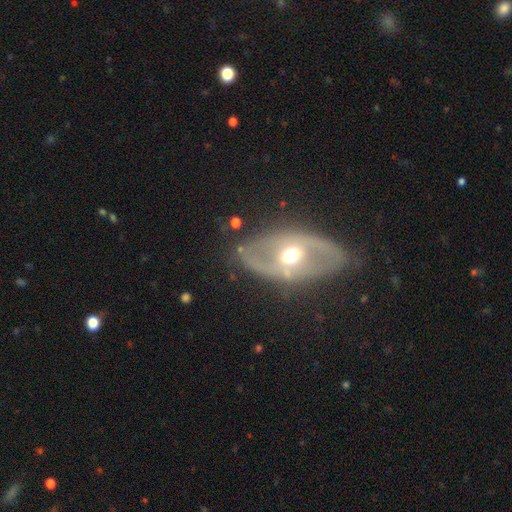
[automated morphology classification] Smooth or featured: featured or disk — 75% (smooth — 18%)
Edge-on disk: no — 88% (yes — 12%)
Bar: no — 45% (weak — 31%)
Spiral arms: yes — 51% (no — 49%)
Bulge size: moderate — 74% (small — 13%)
Merging: none — 78% (minor disturbance — 14%)